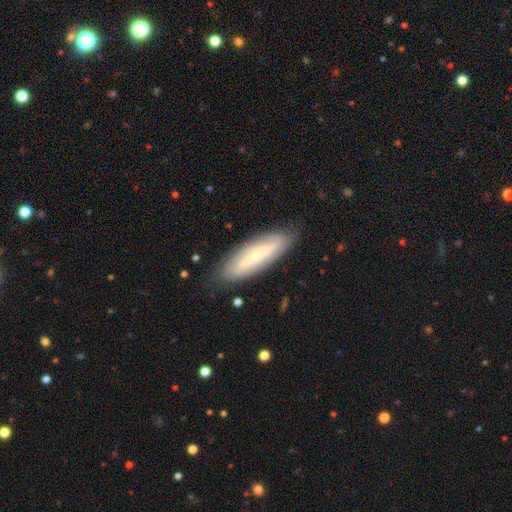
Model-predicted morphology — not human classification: This appears to be a featured or disk galaxy (54%). Merging: none (83%).